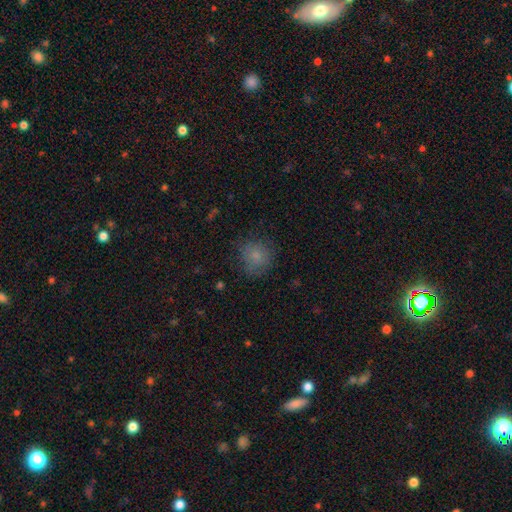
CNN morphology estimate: type=smooth (79%); roundness=round (85%); merging=none (72%).